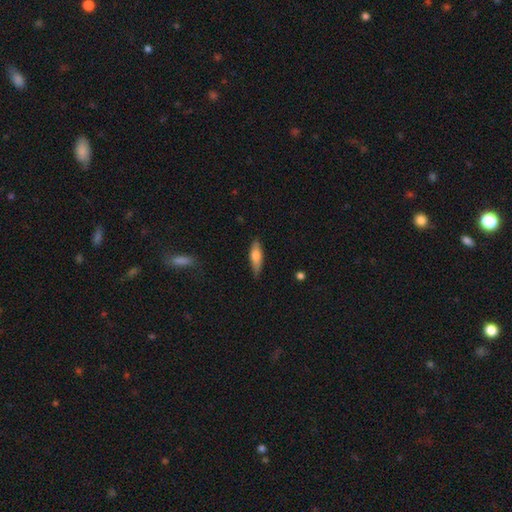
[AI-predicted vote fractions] smooth_or_featured: smooth (p=0.62) [alt: featured or disk p=0.32]
how_rounded: cigar-shaped (p=0.52) [alt: in between p=0.46]
merging: none (p=0.80) [alt: minor disturbance p=0.16]